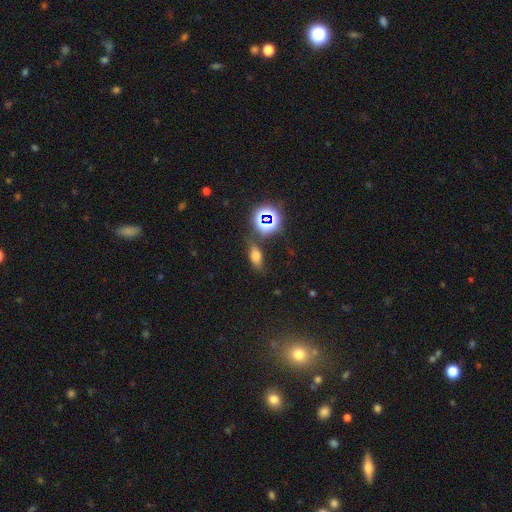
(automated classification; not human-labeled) Q: Smooth or featured?
A: smooth (58%); runner-up: star or artifact (26%)
Q: How rounded?
A: in between (73%); runner-up: cigar-shaped (15%)
Q: Merging?
A: none (70%); runner-up: minor disturbance (17%)